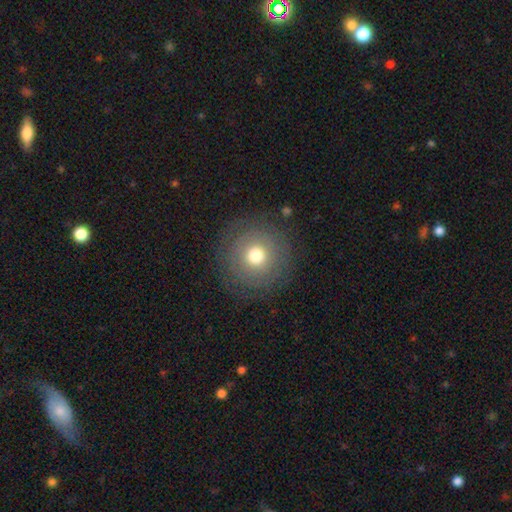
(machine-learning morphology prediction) A smooth galaxy with no disk features (64%) that is round (96%). Merging: none (84%).